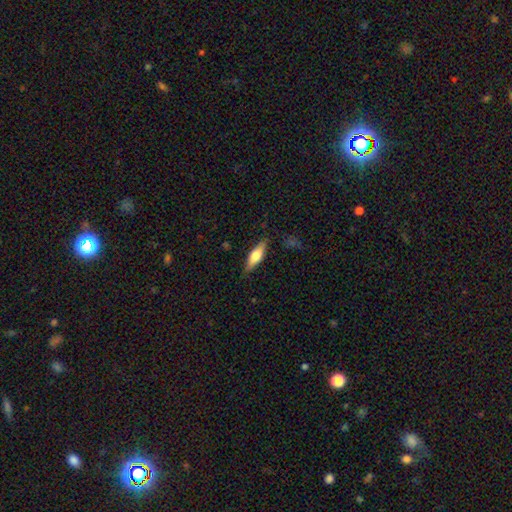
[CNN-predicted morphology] Smooth or featured?
  - smooth: 61% *
  - featured or disk: 33%
  - star or artifact: 6%
How rounded?
  - in between: 51% *
  - cigar-shaped: 47%
  - round: 2%
Merging?
  - none: 84% *
  - minor disturbance: 12%
  - major disturbance: 3%
  - merger: 1%